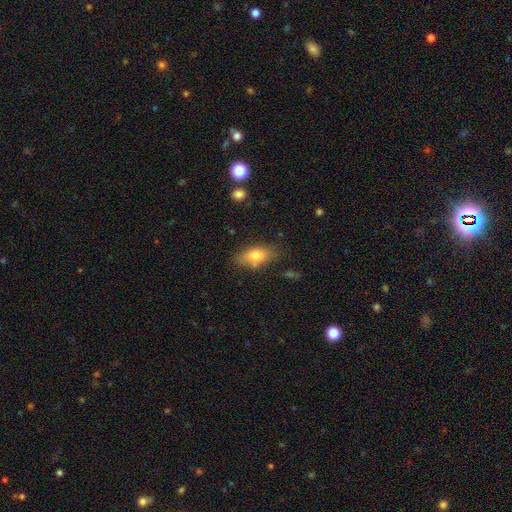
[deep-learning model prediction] The model was most divided on "merging": none: 74%, minor disturbance: 18%, major disturbance: 4%, merger: 4%. More confident: how rounded — in between (87%); smooth or featured — smooth (77%).